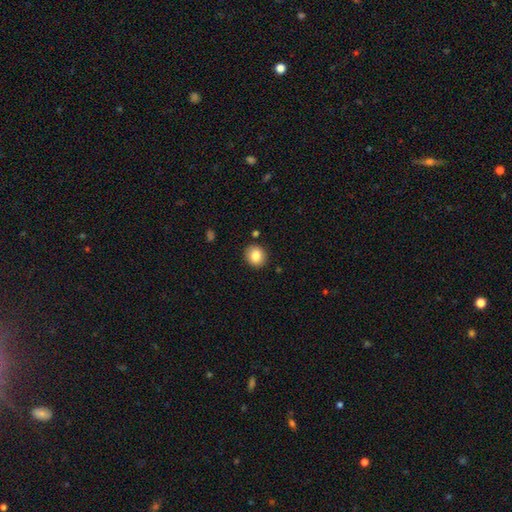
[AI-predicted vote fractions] smooth 84%, star or artifact 9%, featured or disk 7%. Down the decision tree: how rounded — round (81%); merging — none (89%).